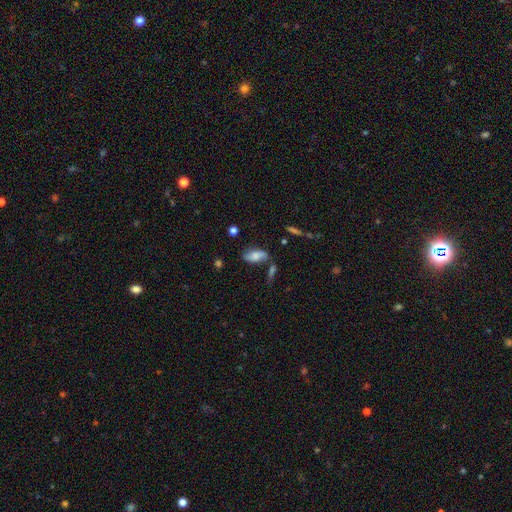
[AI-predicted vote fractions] The model was most divided on "smooth or featured": smooth: 64%, featured or disk: 28%, star or artifact: 9%. More confident: how rounded — in between (86%); merging — none (58%).